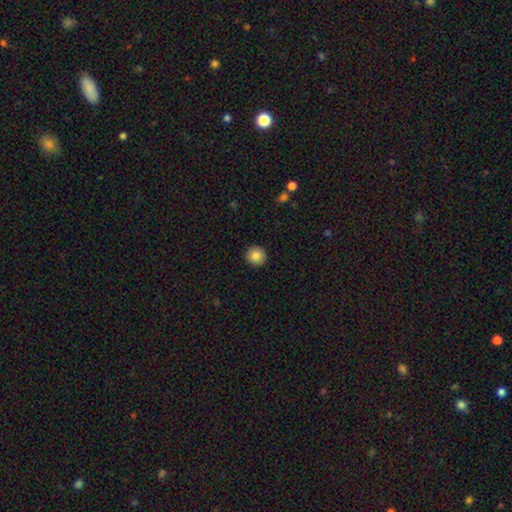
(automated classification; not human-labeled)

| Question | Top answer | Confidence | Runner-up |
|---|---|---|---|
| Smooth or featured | smooth | 84% | star or artifact (9%) |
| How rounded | round | 94% | in between (5%) |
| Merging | none | 93% | minor disturbance (5%) |